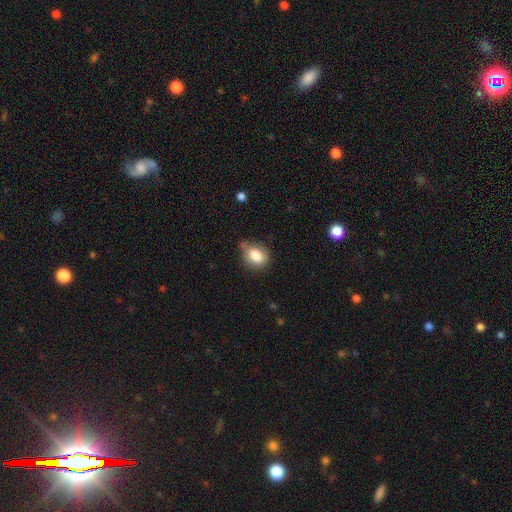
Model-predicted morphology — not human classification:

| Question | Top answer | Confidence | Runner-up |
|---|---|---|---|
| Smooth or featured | smooth | 81% | featured or disk (10%) |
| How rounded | round | 53% | in between (46%) |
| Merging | none | 57% | minor disturbance (30%) |